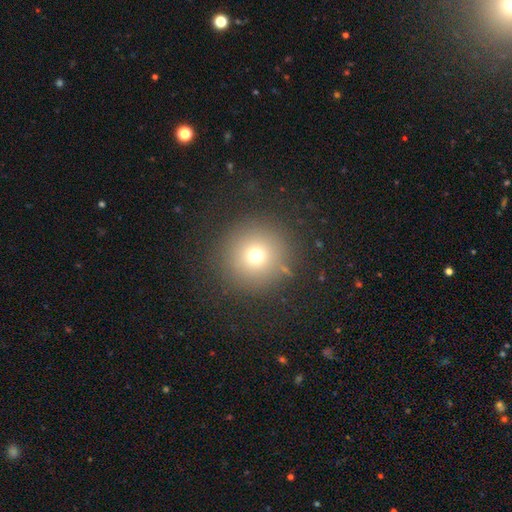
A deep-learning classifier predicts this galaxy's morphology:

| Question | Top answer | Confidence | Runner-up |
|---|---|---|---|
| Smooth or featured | smooth | 70% | star or artifact (19%) |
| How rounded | round | 96% | in between (3%) |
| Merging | none | 87% | minor disturbance (7%) |